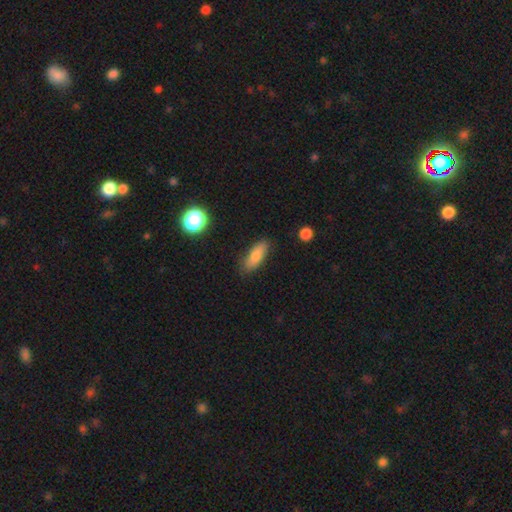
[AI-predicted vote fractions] This appears to be a smooth galaxy with no disk features (77%) that is in between round and cigar-shaped (60%). Merging: none (82%).